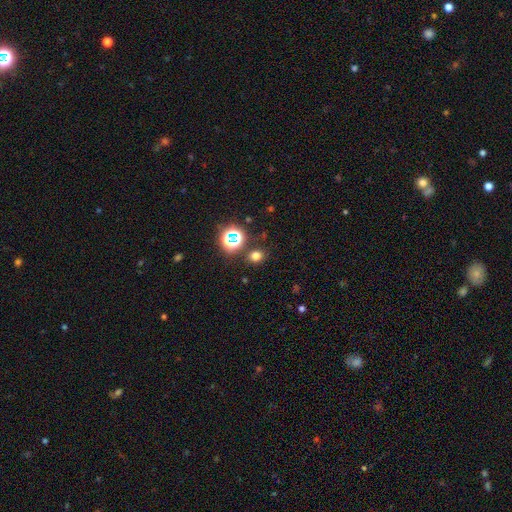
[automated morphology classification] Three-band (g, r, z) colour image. It shows a smooth galaxy with no disk features (69%) that is round (67%). Merging: none (83%).